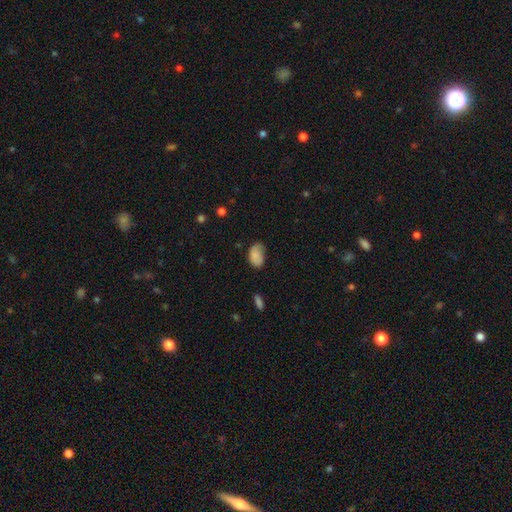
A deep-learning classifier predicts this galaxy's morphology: Smooth or featured? Predicted: smooth (p=0.80). How rounded? Predicted: in between (p=0.90). Merging? Predicted: none (p=0.57).